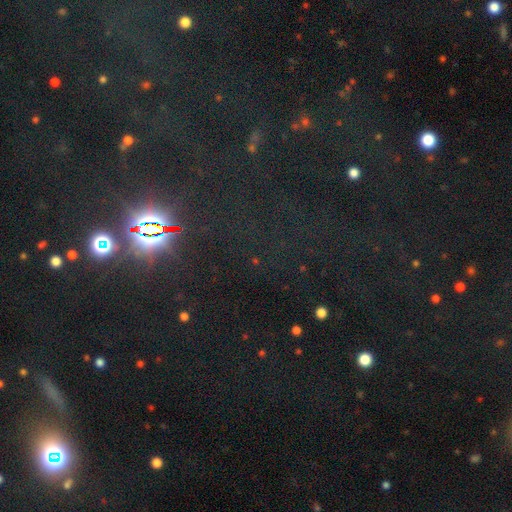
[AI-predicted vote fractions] This is likely a star or artifact rather than a galaxy (79%).